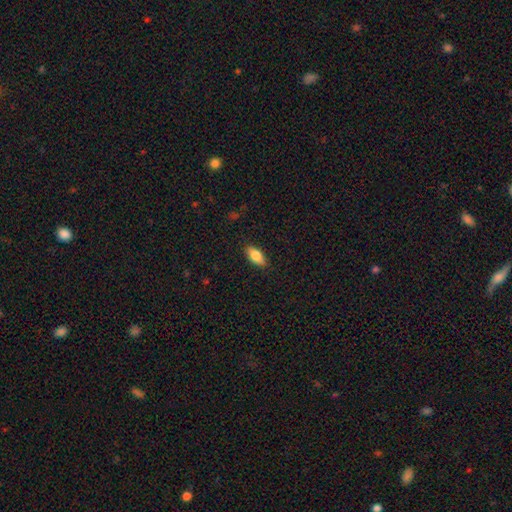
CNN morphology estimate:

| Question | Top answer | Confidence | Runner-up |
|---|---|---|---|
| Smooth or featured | smooth | 80% | featured or disk (13%) |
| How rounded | in between | 87% | cigar-shaped (10%) |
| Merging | none | 88% | minor disturbance (9%) |